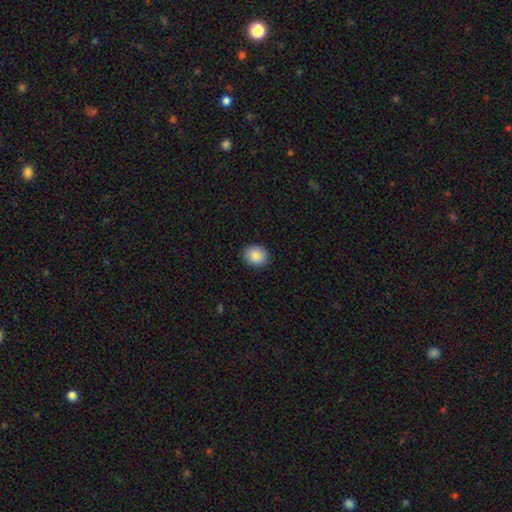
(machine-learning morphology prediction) Smooth or featured: smooth — 87% (star or artifact — 8%)
How rounded: round — 58% (in between — 41%)
Merging: none — 90% (minor disturbance — 7%)